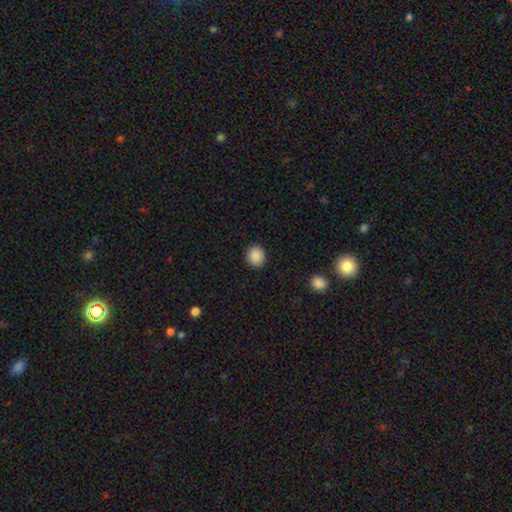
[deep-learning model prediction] Smooth or featured: smooth — 89% (star or artifact — 9%)
How rounded: round — 84% (in between — 15%)
Merging: none — 91% (minor disturbance — 6%)